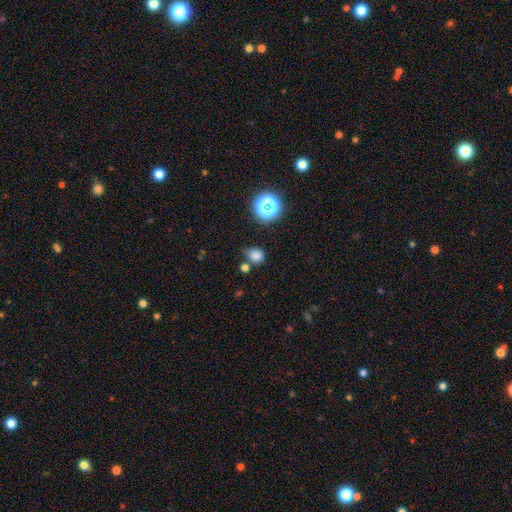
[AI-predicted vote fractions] A smooth galaxy with no disk features (75%) that is round (64%).

Vote fractions:
- Smooth or featured? smooth: 75% / star or artifact: 19% / featured or disk: 6%
- How rounded? round: 64% / in between: 35% / cigar-shaped: 1%
- Merging? none: 62% / minor disturbance: 20% / merger: 12% / major disturbance: 6%